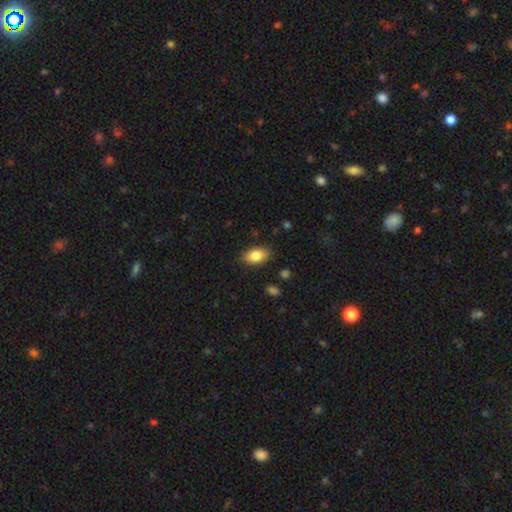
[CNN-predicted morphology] The model was most divided on "merging": none: 85%, minor disturbance: 12%, major disturbance: 2%, merger: 1%. More confident: how rounded — in between (90%); smooth or featured — smooth (83%).